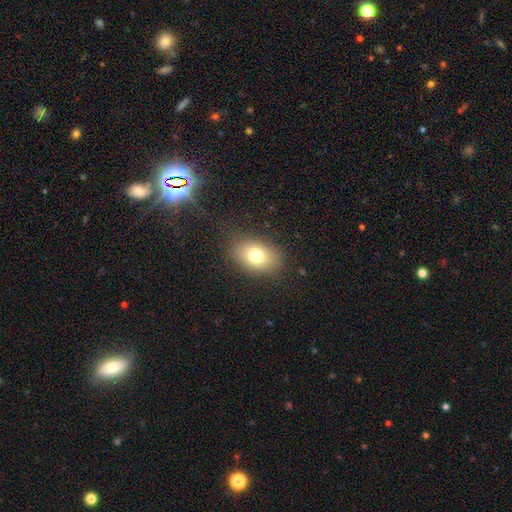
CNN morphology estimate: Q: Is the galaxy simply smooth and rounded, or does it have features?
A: smooth — 77%.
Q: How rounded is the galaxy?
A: in between — 79%.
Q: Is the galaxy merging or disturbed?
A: none — 82%.